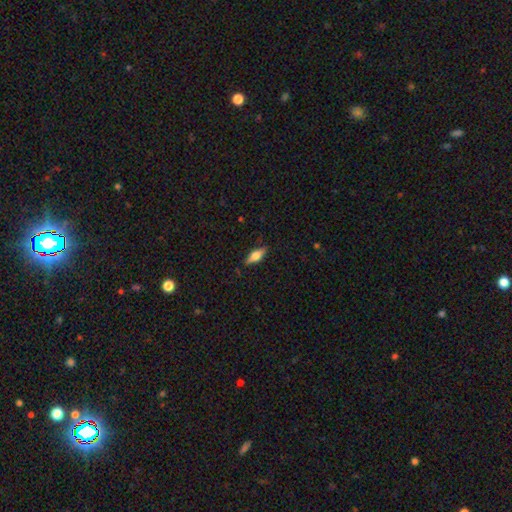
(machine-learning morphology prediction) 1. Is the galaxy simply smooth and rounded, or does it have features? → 49% featured or disk, 44% smooth, 7% star or artifact.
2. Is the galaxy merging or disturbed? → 86% none, 11% minor disturbance, 2% major disturbance, 1% merger.